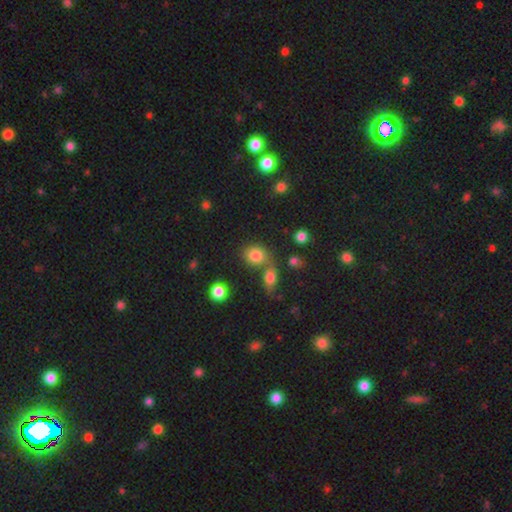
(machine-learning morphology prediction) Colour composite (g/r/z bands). It shows a smooth galaxy with no disk features (79%) that is round (60%). Merging: none (48%).